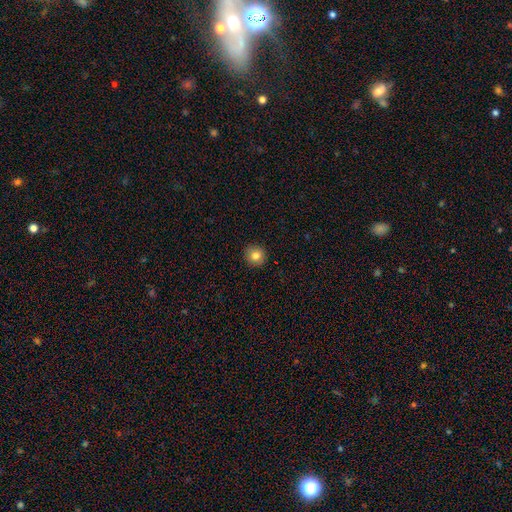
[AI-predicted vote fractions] smooth 81%, star or artifact 10%, featured or disk 8%. Down the decision tree: how rounded — round (93%); merging — none (92%).